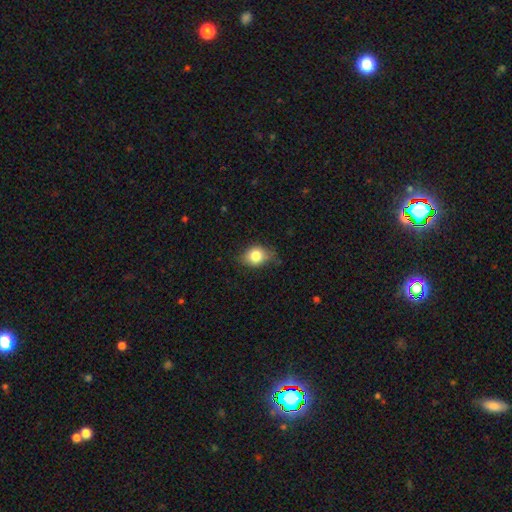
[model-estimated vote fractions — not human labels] smooth_or_featured: smooth (p=0.80) [alt: featured or disk p=0.11]
how_rounded: in between (p=0.51) [alt: round p=0.47]
merging: none (p=0.66) [alt: minor disturbance p=0.27]